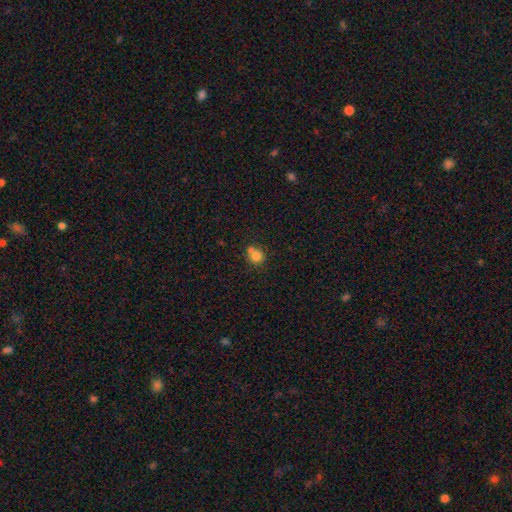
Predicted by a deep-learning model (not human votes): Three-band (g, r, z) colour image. It shows a smooth galaxy with no disk features (78%) that is round (86%). Merging: none (52%).